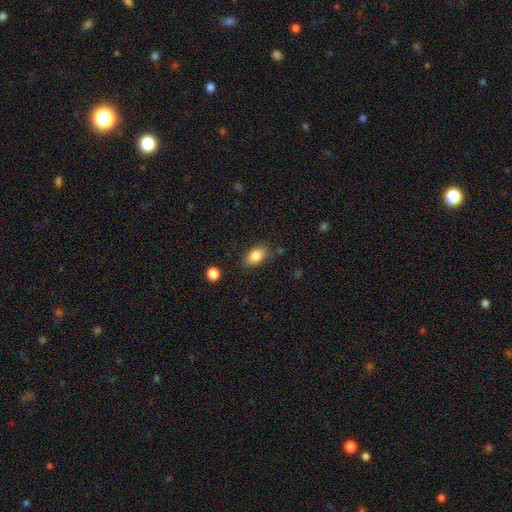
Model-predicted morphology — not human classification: Smooth or featured? Predicted: smooth (p=0.85). How rounded? Predicted: in between (p=0.88). Merging? Predicted: none (p=0.80).